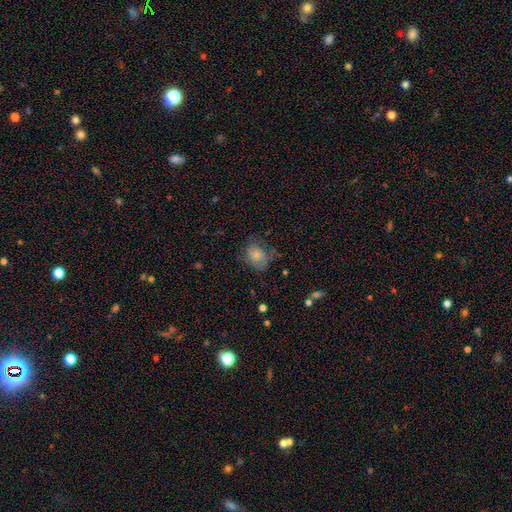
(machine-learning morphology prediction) Smooth or featured? Predicted: smooth (p=0.62). How rounded? Predicted: round (p=0.53). Merging? Predicted: none (p=0.64).